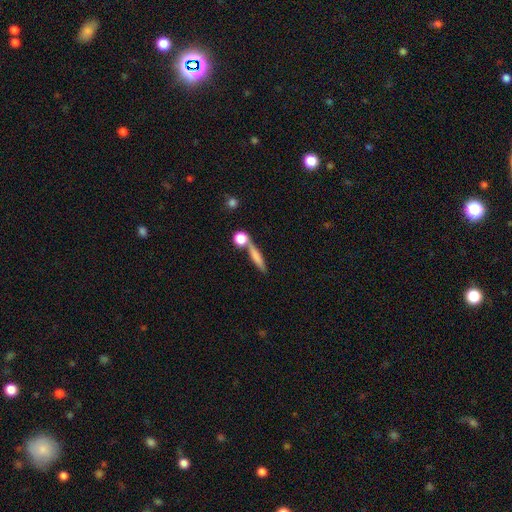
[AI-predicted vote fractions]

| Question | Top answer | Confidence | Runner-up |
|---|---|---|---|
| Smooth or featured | smooth | 68% | featured or disk (23%) |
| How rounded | cigar-shaped | 73% | in between (17%) |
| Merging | none | 61% | merger (22%) |